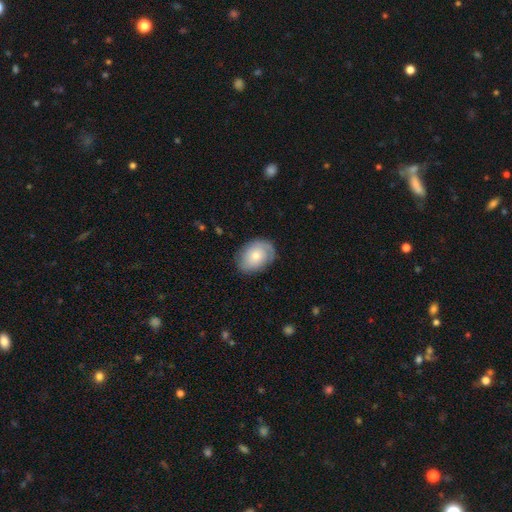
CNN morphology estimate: smooth 56%, featured or disk 37%, star or artifact 7%. Down the decision tree: how rounded — in between (71%); merging — none (75%).